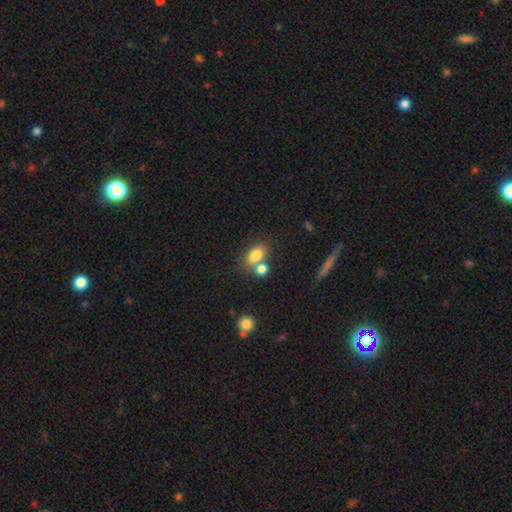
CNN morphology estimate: A smooth galaxy with no disk features (80%) that is in between round and cigar-shaped (80%). Merging: none (50%).